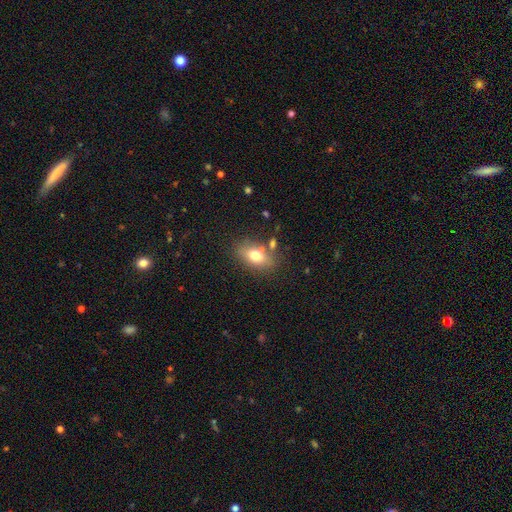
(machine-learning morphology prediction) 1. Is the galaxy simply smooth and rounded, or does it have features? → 72% smooth, 18% featured or disk, 9% star or artifact.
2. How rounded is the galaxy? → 83% in between, 12% round, 5% cigar-shaped.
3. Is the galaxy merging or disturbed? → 72% none, 14% minor disturbance, 10% merger, 4% major disturbance.